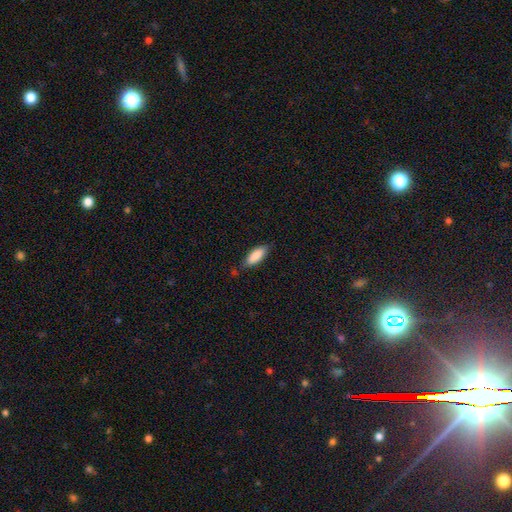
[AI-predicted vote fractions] Q: Smooth or featured?
A: smooth (87%); runner-up: featured or disk (7%)
Q: How rounded?
A: in between (71%); runner-up: cigar-shaped (27%)
Q: Merging?
A: none (77%); runner-up: minor disturbance (17%)